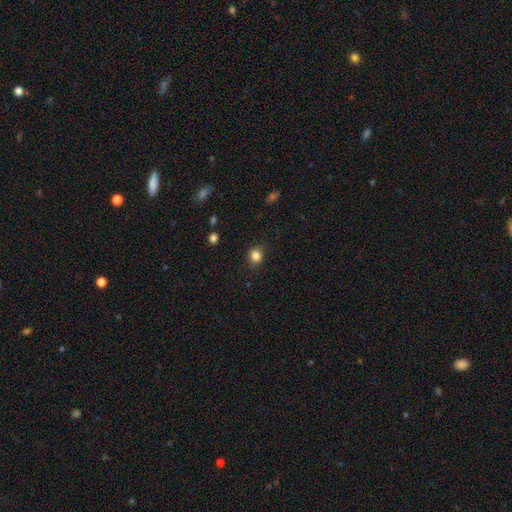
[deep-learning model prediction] Smooth or featured?
  - smooth: 84% *
  - star or artifact: 12%
  - featured or disk: 4%
How rounded?
  - round: 75% *
  - in between: 24%
  - cigar-shaped: 1%
Merging?
  - none: 86% *
  - minor disturbance: 10%
  - major disturbance: 3%
  - merger: 1%